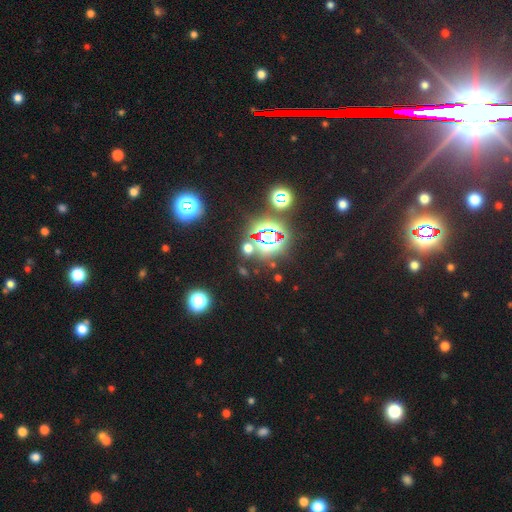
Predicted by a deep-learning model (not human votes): This appears to be a star or artifact, not a galaxy (83%).